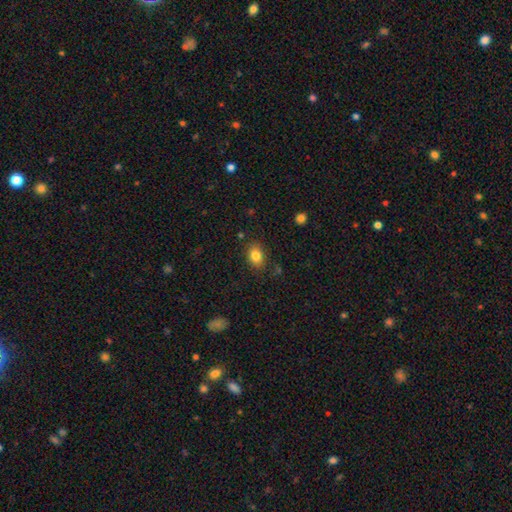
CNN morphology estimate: This appears to be a smooth galaxy with no disk features (84%) that is in between round and cigar-shaped (70%). Merging: none (83%).